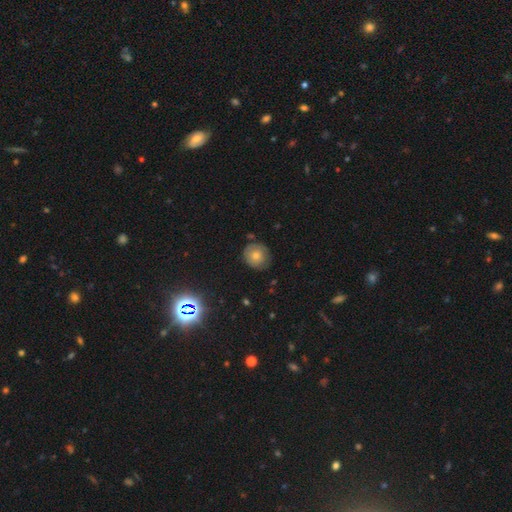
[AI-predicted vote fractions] The model was most divided on "smooth or featured": smooth: 68%, featured or disk: 22%, star or artifact: 11%. More confident: how rounded — round (88%); merging — none (78%).